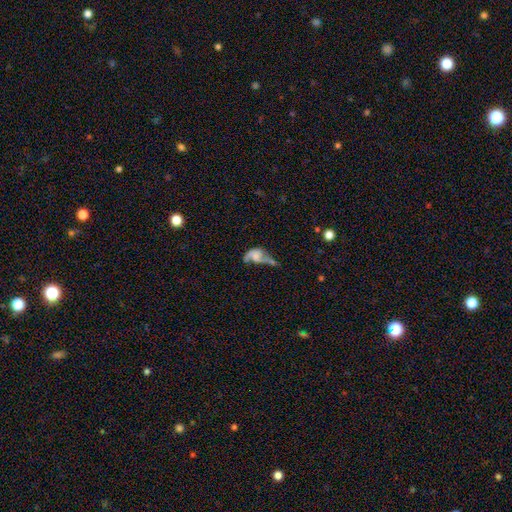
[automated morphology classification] Smooth or featured? featured or disk (51%)
Edge-on disk? no (93%)
Merging? merger (34%)